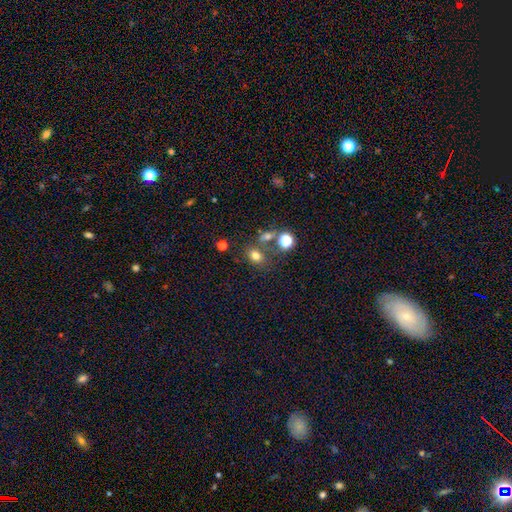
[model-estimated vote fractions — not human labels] smooth-or-featured: smooth: 72% | star or artifact: 18% | featured or disk: 10%
  how-rounded: in between: 60% | round: 38% | cigar-shaped: 1%
  merging: none: 60% | merger: 20% | minor disturbance: 13% | major disturbance: 7%